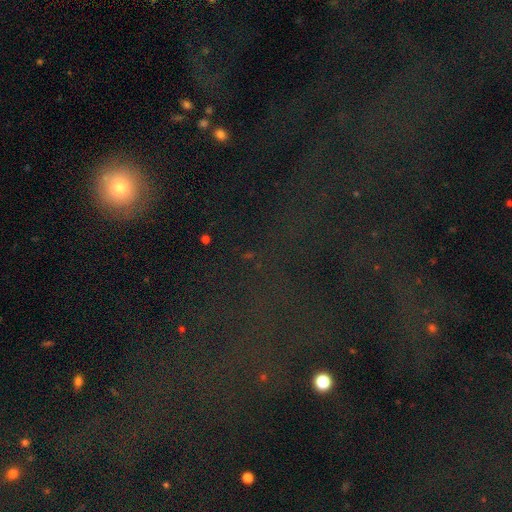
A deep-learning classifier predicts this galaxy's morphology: A star or artifact, not a galaxy (59%).